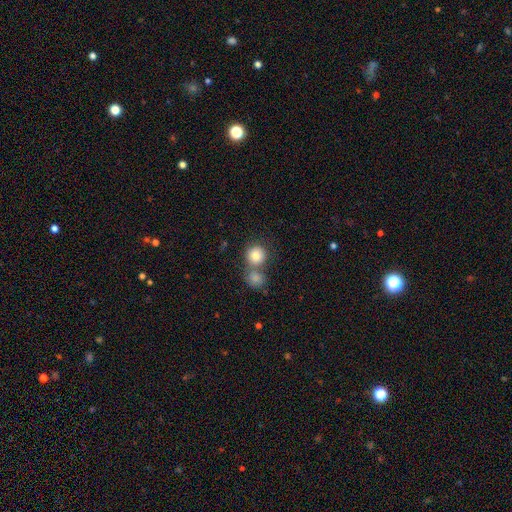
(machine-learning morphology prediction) Smooth or featured? smooth (83%)
How rounded? round (88%)
Merging? none (47%)